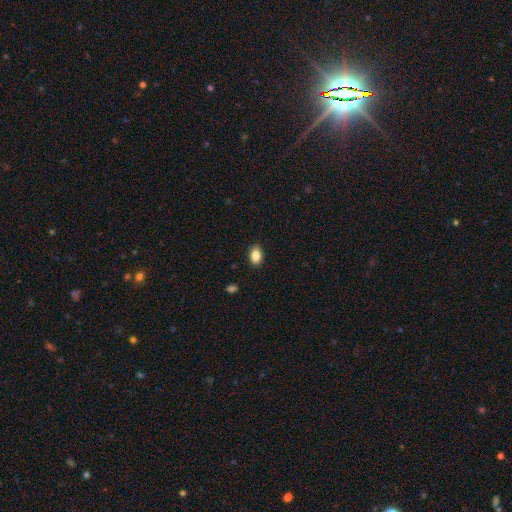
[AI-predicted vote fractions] smooth_or_featured: smooth (p=0.87) [alt: star or artifact p=0.08]
how_rounded: in between (p=0.88) [alt: round p=0.10]
merging: none (p=0.88) [alt: minor disturbance p=0.09]